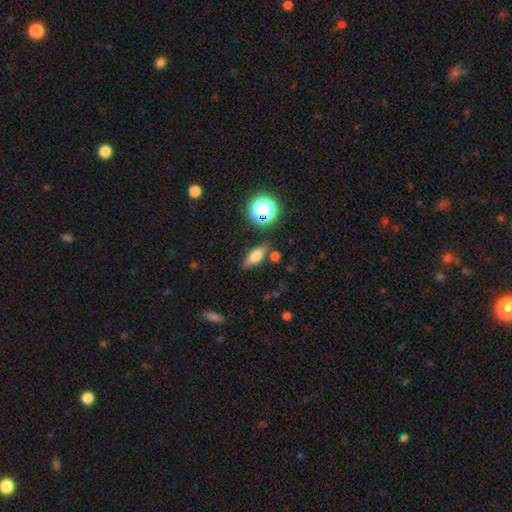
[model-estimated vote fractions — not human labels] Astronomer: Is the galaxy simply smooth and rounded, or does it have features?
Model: smooth — 68%.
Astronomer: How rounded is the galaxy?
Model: in between — 63%.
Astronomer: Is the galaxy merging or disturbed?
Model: none — 79%.